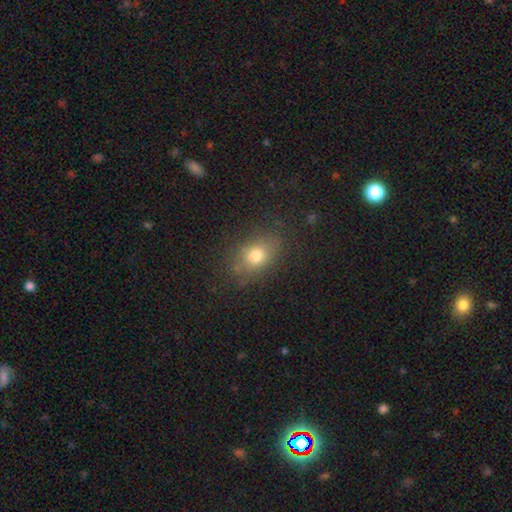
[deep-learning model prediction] Smooth or featured? Predicted: smooth (p=0.75). How rounded? Predicted: in between (p=0.66). Merging? Predicted: none (p=0.79).